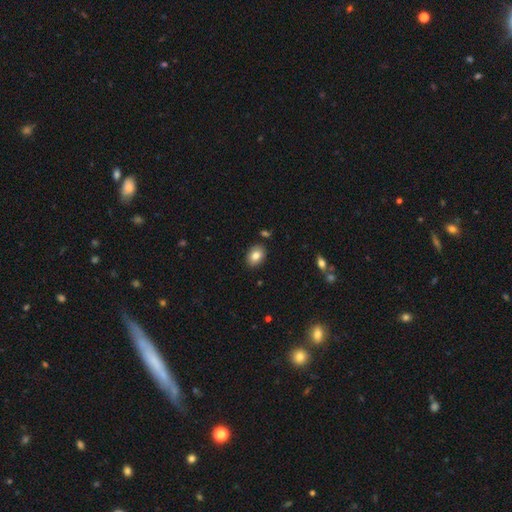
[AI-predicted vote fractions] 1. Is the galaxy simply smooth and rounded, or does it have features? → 81% smooth, 11% featured or disk, 8% star or artifact.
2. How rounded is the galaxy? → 73% in between, 26% round, 1% cigar-shaped.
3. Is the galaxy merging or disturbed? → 87% none, 8% minor disturbance, 2% merger, 2% major disturbance.